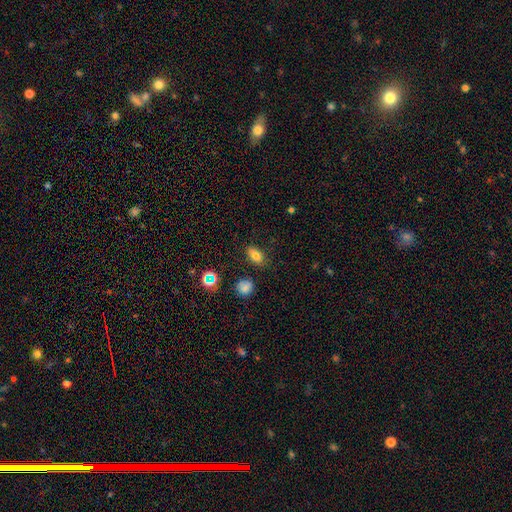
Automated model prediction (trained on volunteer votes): Morphology: type=smooth (75%); roundness=in between (84%); merging=none (81%).